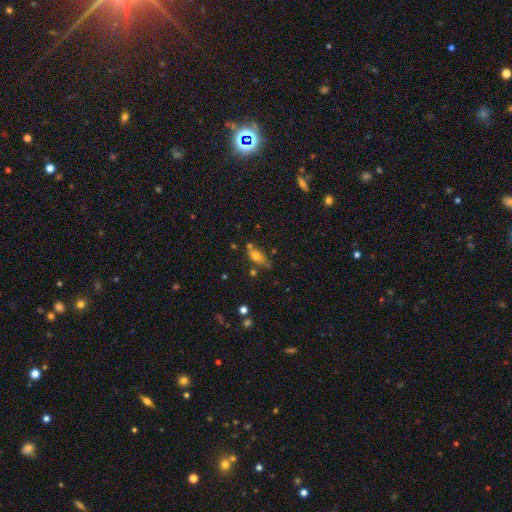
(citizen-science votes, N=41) Q: Smooth or featured?
A: smooth (73%); runner-up: featured or disk (17%)
Q: How rounded?
A: in between (93%); runner-up: cigar-shaped (7%)
Q: Merging?
A: none (54%); runner-up: minor disturbance (30%)